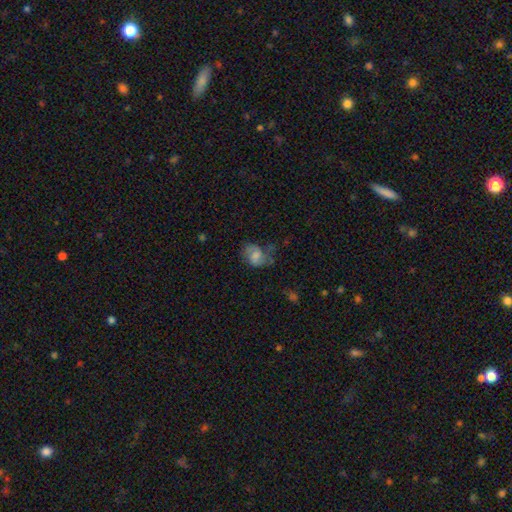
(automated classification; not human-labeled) Morphology: type=smooth (52%); roundness=in between (61%); merging=none (44%).